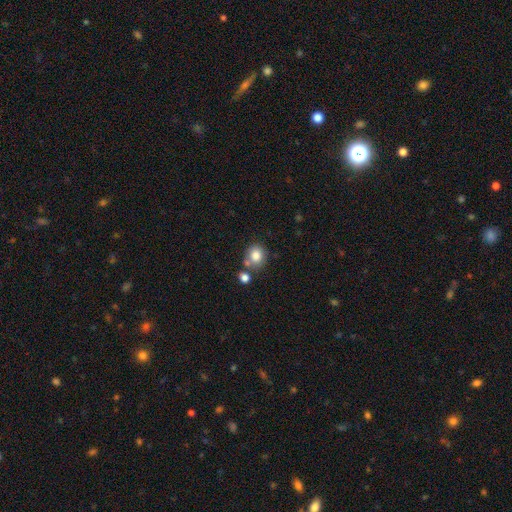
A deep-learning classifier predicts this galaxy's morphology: smooth_or_featured: smooth (p=0.81) [alt: star or artifact p=0.10]
how_rounded: round (p=0.78) [alt: in between p=0.22]
merging: none (p=0.60) [alt: merger p=0.23]